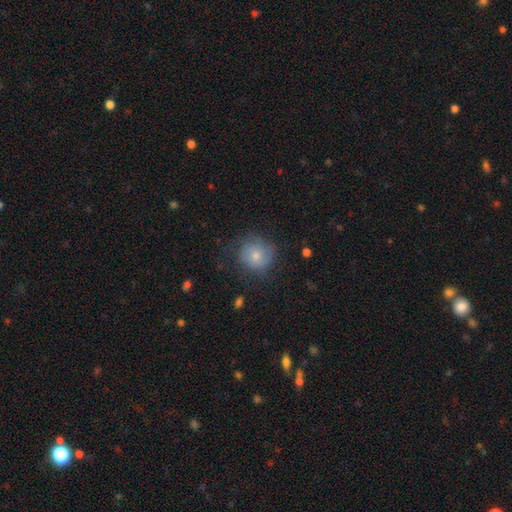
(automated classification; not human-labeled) Smooth or featured: smooth — 68% (featured or disk — 23%)
How rounded: round — 88% (in between — 12%)
Merging: none — 65% (minor disturbance — 22%)